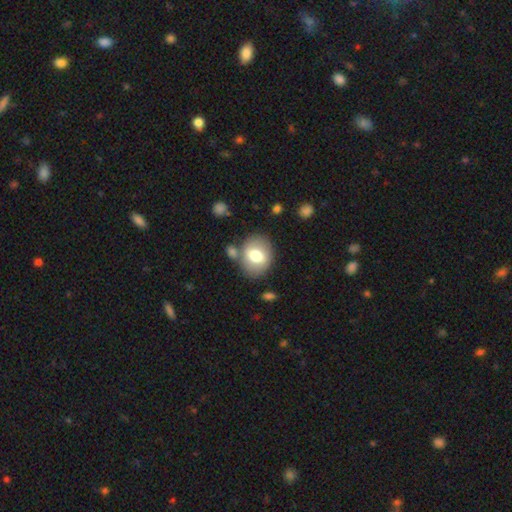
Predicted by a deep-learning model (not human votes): Q: Smooth or featured?
A: smooth (70%); runner-up: featured or disk (22%)
Q: How rounded?
A: round (58%); runner-up: in between (41%)
Q: Merging?
A: none (72%); runner-up: minor disturbance (13%)